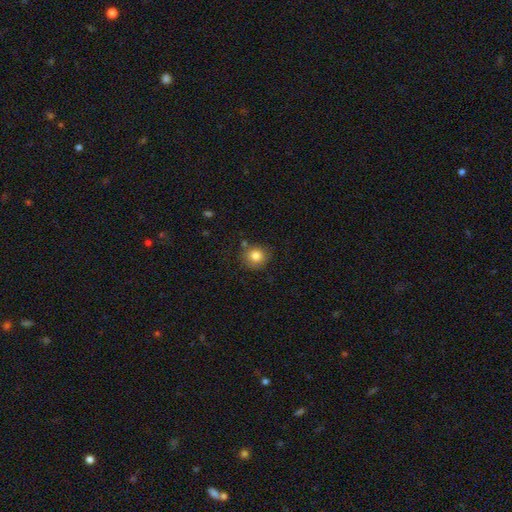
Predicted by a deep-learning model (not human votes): Overall: smooth (83%). How rounded: round (87%). Merging: none (80%).